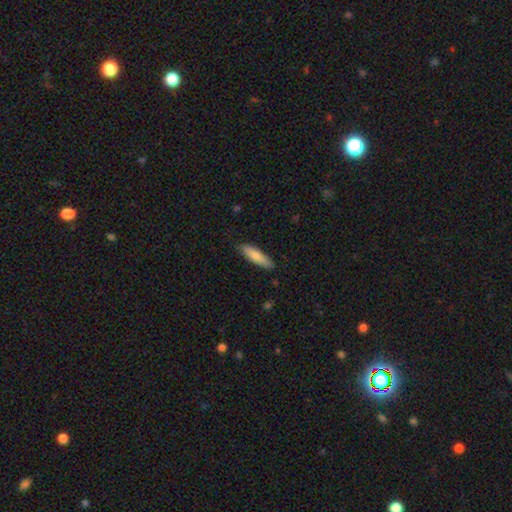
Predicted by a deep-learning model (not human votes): Morphology: type=smooth (78%); roundness=cigar-shaped (70%); merging=none (85%).